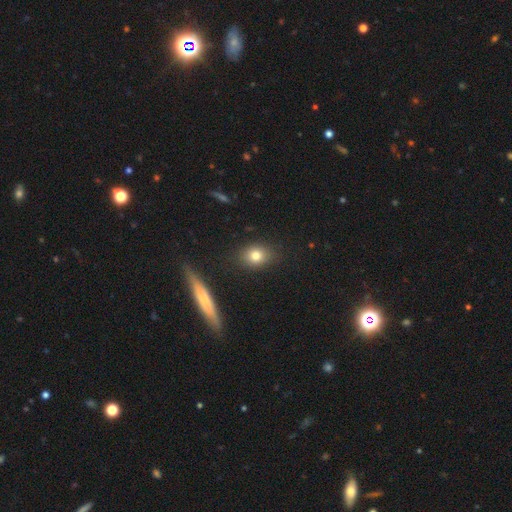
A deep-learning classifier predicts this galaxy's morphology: smooth 79%, star or artifact 11%, featured or disk 10%. Down the decision tree: how rounded — round (50%); merging — none (85%).